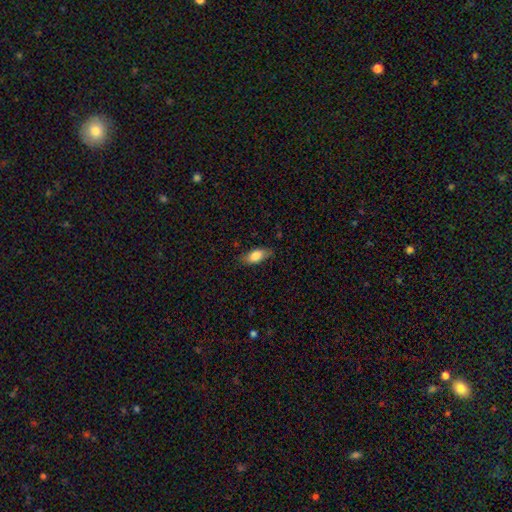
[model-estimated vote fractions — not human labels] This is clearly a smooth galaxy (80%). How rounded: clearly in between (84%). Merging: likely none (78%).